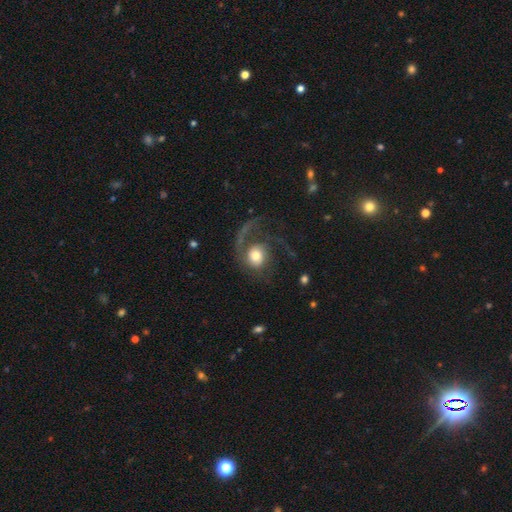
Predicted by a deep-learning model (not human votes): featured or disk 68%, smooth 25%, star or artifact 7%. Down the decision tree: edge-on disk — no (98%); bar — no (73%); spiral arms — yes (89%); spiral arm count — 1 (53%); spiral winding — loose (48%); bulge size — moderate (48%); merging — none (42%).